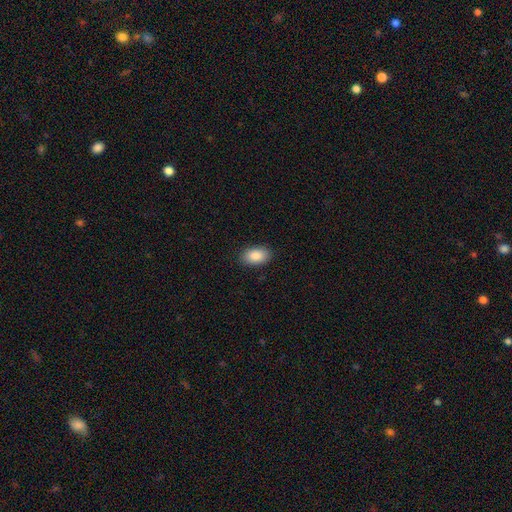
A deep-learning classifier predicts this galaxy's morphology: smooth 88%, star or artifact 7%, featured or disk 5%. Down the decision tree: how rounded — in between (93%); merging — none (88%).